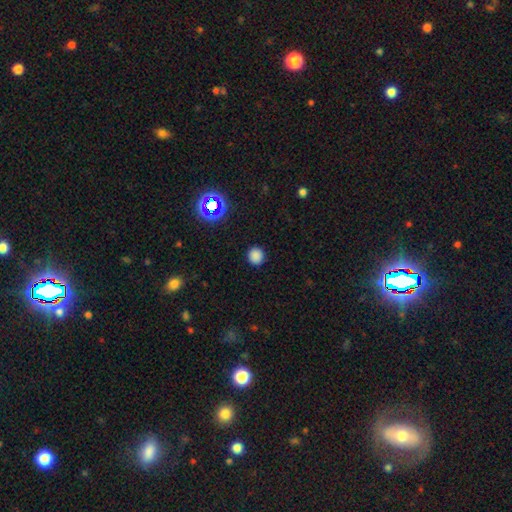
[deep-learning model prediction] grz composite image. It shows a smooth galaxy with no disk features (81%) that is round (91%). Merging: none (90%).